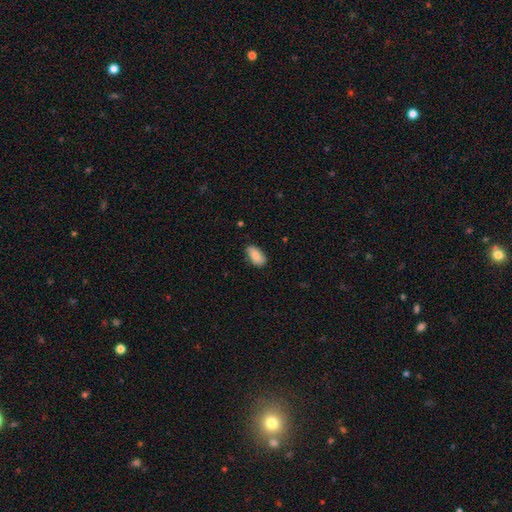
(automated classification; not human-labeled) Q: Smooth or featured?
A: smooth (83%); runner-up: featured or disk (11%)
Q: How rounded?
A: in between (92%); runner-up: cigar-shaped (5%)
Q: Merging?
A: none (79%); runner-up: minor disturbance (17%)